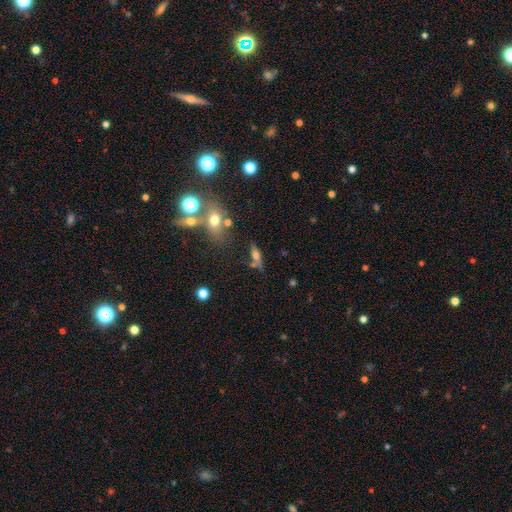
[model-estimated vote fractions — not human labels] Smooth or featured? smooth (49%)
Merging? none (58%)